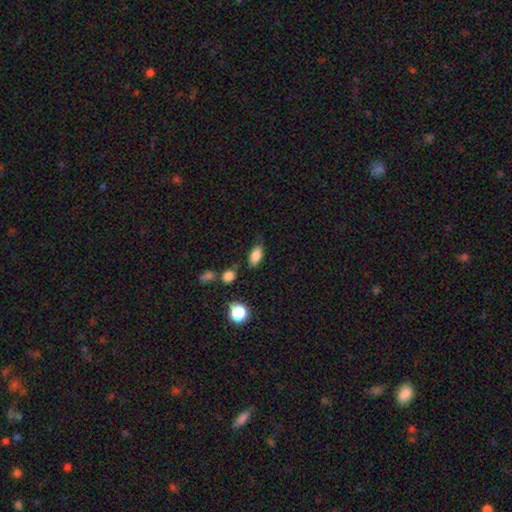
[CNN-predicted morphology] This appears to be a smooth galaxy with no disk features (82%) that is in between round and cigar-shaped (86%). Merging: none (78%).